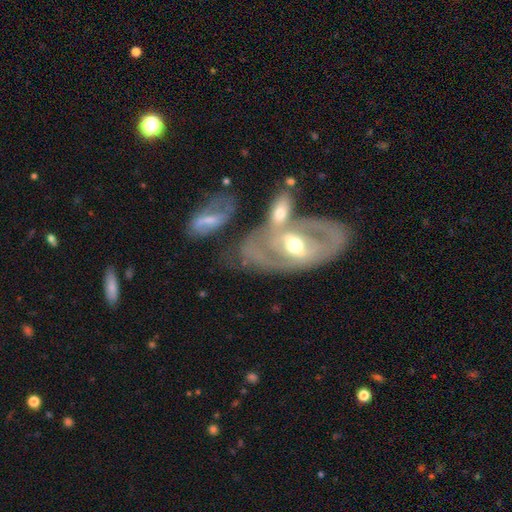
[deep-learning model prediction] The model was most divided on "bar": no: 42%, weak: 34%, strong: 23%. Remaining: edge-on disk — no (90%); smooth or featured — featured or disk (77%); bulge size — moderate (69%); spiral arms — yes (66%); merging — none (43%).